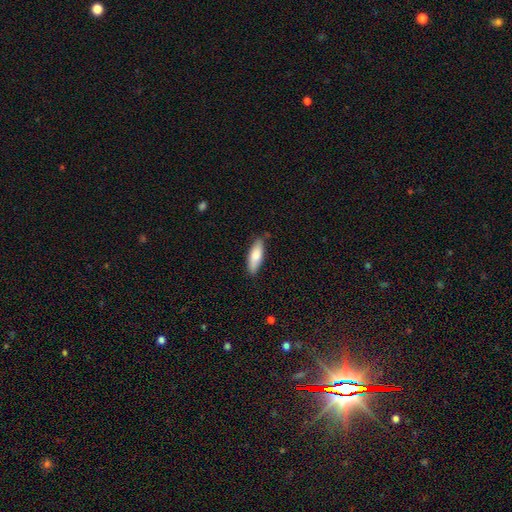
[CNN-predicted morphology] smooth 79%, featured or disk 16%, star or artifact 6%. Down the decision tree: how rounded — in between (56%); merging — none (82%).